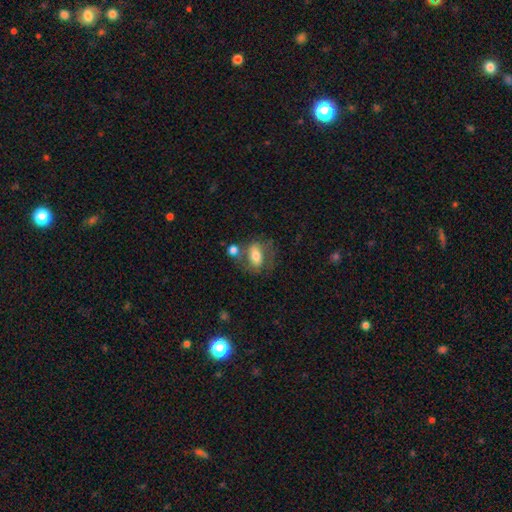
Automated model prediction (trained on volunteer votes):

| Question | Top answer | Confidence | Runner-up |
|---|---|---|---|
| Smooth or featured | smooth | 58% | featured or disk (33%) |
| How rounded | in between | 80% | round (14%) |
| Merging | none | 45% | merger (23%) |